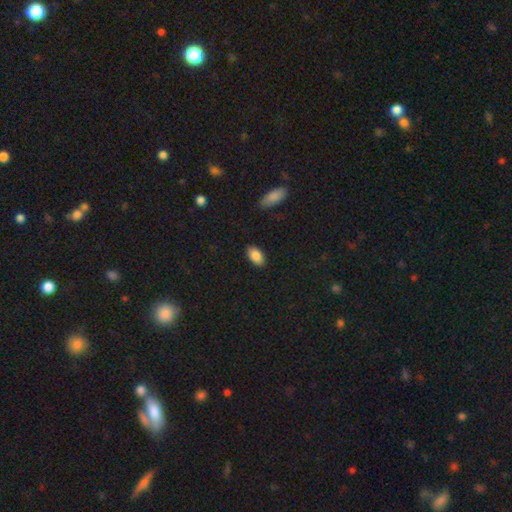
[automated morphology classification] type=smooth (87%); roundness=in between (94%); merging=none (88%).